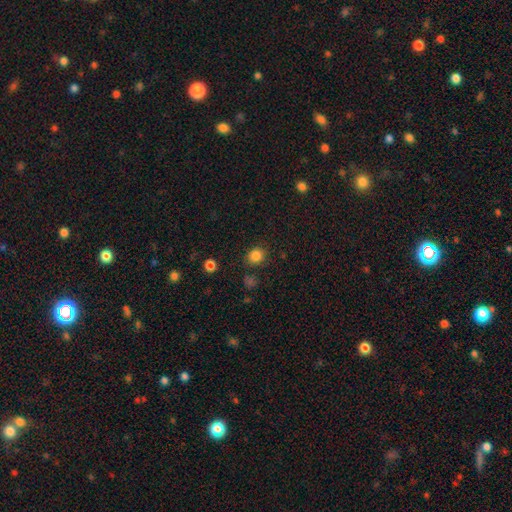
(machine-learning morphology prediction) Smooth or featured?
  - smooth: 83% *
  - star or artifact: 13%
  - featured or disk: 5%
How rounded?
  - round: 80% *
  - in between: 19%
  - cigar-shaped: 1%
Merging?
  - none: 85% *
  - minor disturbance: 9%
  - merger: 3%
  - major disturbance: 3%